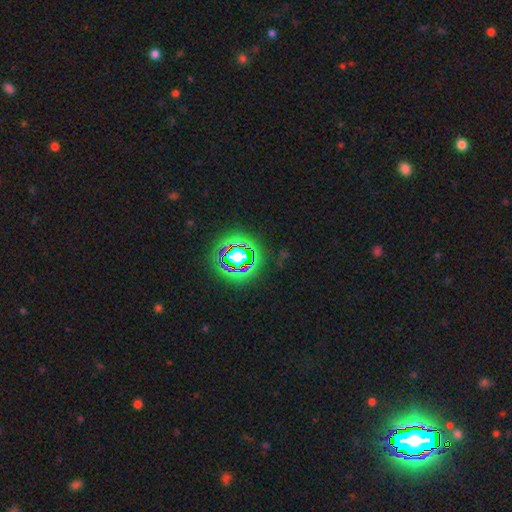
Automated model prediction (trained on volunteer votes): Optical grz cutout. It shows a star or artifact, not a galaxy (78%).